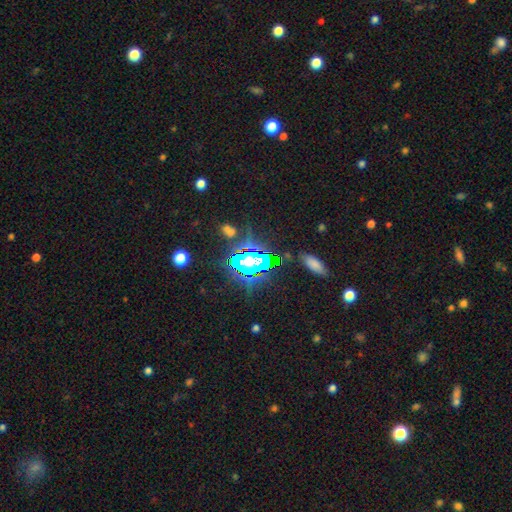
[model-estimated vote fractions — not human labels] Smooth or featured? Predicted: star or artifact (p=0.81).